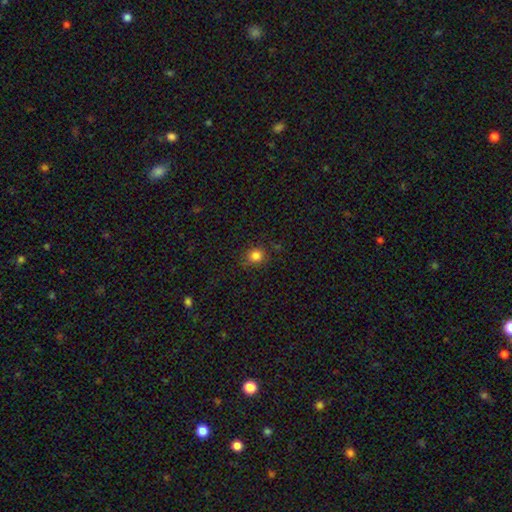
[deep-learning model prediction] smooth_or_featured: smooth (p=0.82) [alt: star or artifact p=0.13]
how_rounded: round (p=0.82) [alt: in between p=0.17]
merging: none (p=0.84) [alt: minor disturbance p=0.11]